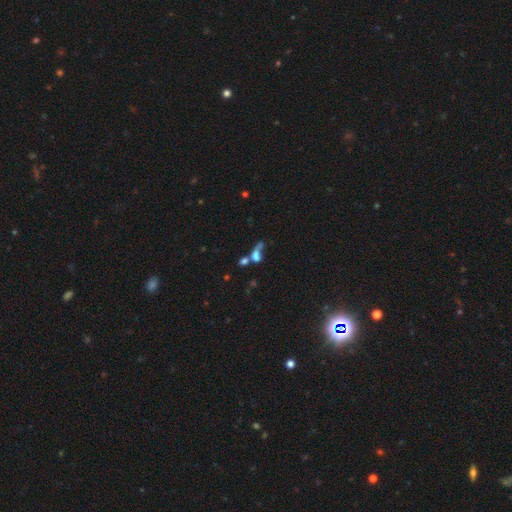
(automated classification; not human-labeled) A smooth galaxy with no disk features (56%) that is in between round and cigar-shaped (54%). Merging: merger (47%).